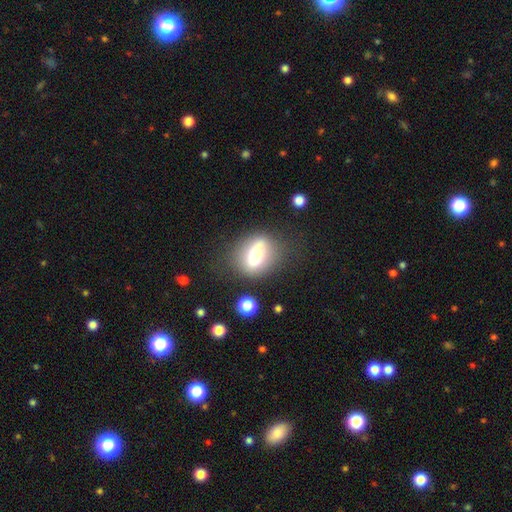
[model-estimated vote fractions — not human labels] This is likely a smooth galaxy (61%). How rounded: possibly in between (57%). Merging: possibly none (53%).